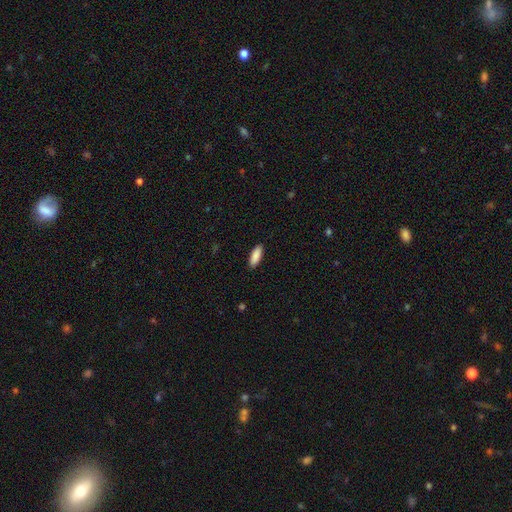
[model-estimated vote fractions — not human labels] This appears to be a smooth galaxy with no disk features (90%) that is in between round and cigar-shaped (70%). Merging: none (89%).